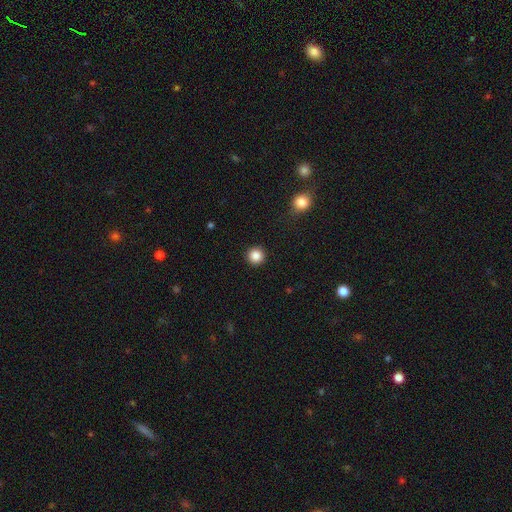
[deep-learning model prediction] smooth_or_featured: smooth (p=0.87) [alt: star or artifact p=0.10]
how_rounded: round (p=0.96) [alt: in between p=0.03]
merging: none (p=0.93) [alt: minor disturbance p=0.05]